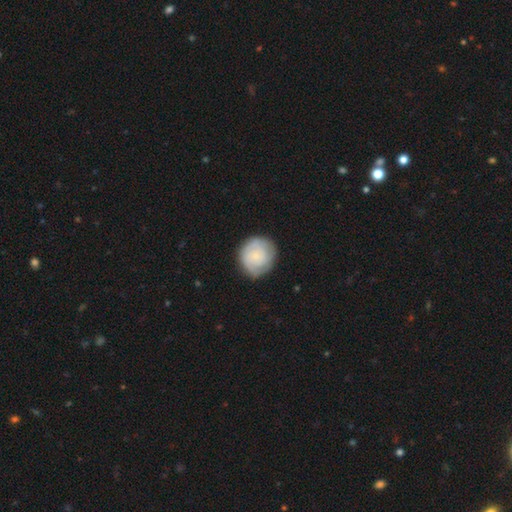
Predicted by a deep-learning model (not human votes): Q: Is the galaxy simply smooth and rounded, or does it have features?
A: smooth — 51%.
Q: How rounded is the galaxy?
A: round — 87%.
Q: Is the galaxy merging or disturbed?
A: none — 78%.